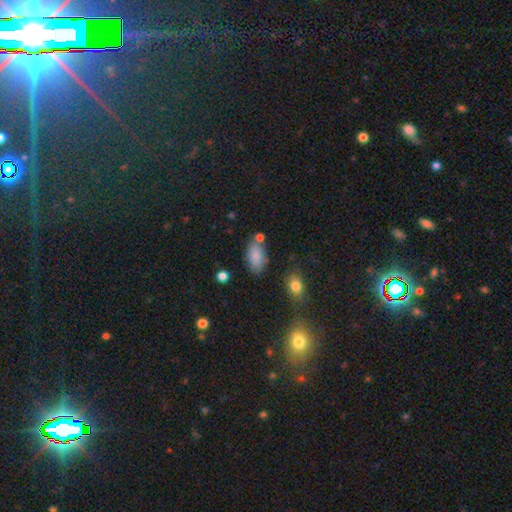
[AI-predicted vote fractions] This appears to be a smooth galaxy with no disk features (84%) that is in between round and cigar-shaped (92%). Merging: none (68%).